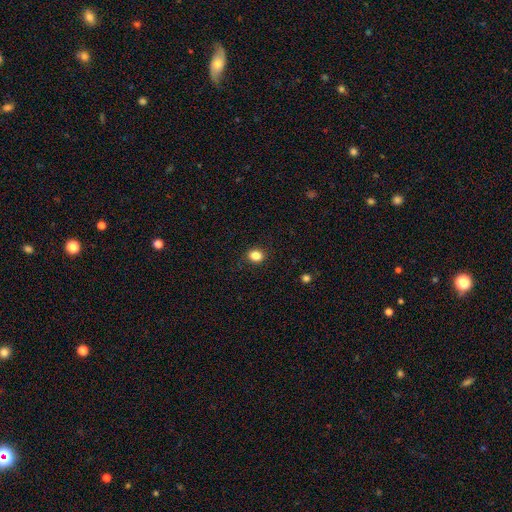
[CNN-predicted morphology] This appears to be a smooth galaxy with no disk features (85%) that is round (59%). Merging: none (89%).